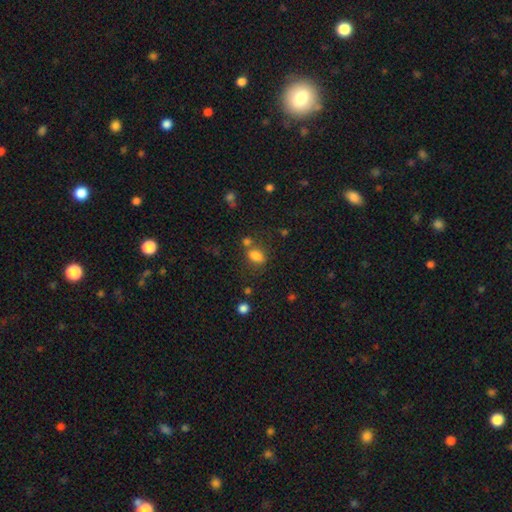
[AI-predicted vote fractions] A smooth galaxy with no disk features (81%) that is in between round and cigar-shaped (75%). Merging: none (58%).